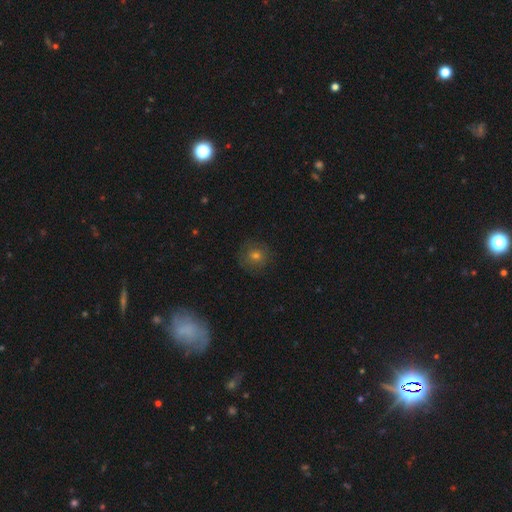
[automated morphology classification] Smooth or featured?
  - smooth: 61% *
  - star or artifact: 20%
  - featured or disk: 19%
How rounded?
  - round: 91% *
  - in between: 8%
  - cigar-shaped: 1%
Merging?
  - none: 85% *
  - minor disturbance: 10%
  - major disturbance: 3%
  - merger: 1%